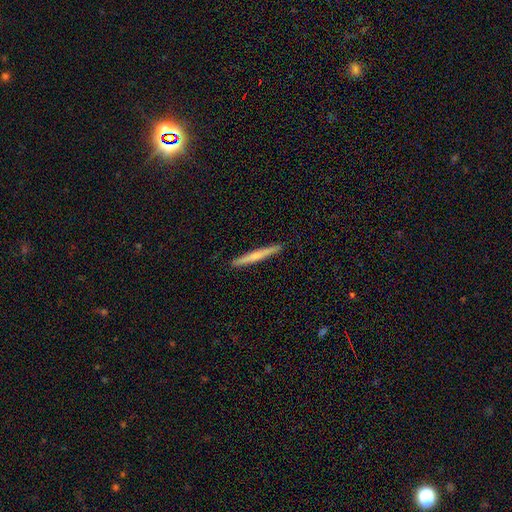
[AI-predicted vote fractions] A smooth galaxy with no disk features (52%) that is cigar-shaped (97%). Merging: none (92%).